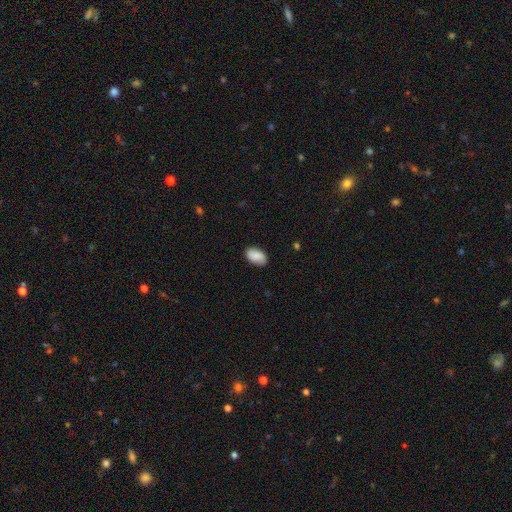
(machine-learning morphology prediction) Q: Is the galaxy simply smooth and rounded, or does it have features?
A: smooth — 82%.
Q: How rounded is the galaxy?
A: in between — 93%.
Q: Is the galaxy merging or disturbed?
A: none — 85%.